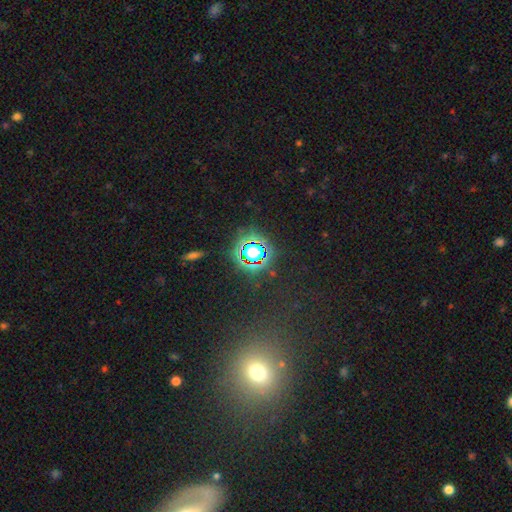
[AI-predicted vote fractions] Smooth or featured?
  - star or artifact: 73% *
  - smooth: 18%
  - featured or disk: 9%